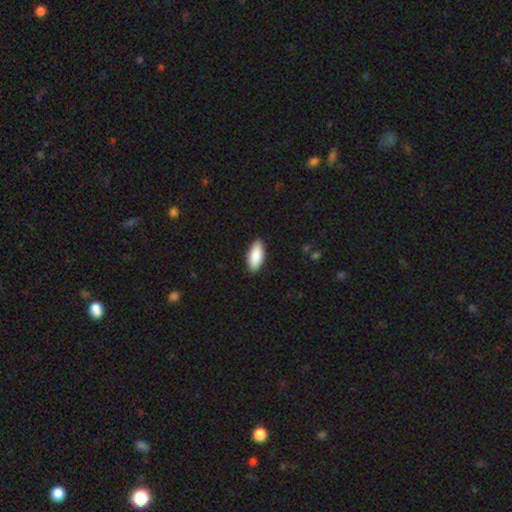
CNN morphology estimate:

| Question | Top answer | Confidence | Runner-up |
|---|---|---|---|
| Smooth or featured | smooth | 88% | featured or disk (6%) |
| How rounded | in between | 89% | cigar-shaped (9%) |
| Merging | none | 90% | minor disturbance (8%) |